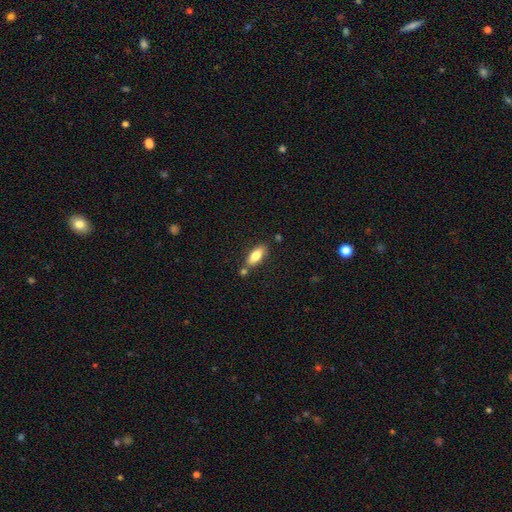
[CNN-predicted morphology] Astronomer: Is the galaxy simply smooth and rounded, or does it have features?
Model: smooth — 77%.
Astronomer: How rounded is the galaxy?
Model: in between — 71%.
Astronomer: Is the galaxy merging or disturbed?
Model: none — 71%.